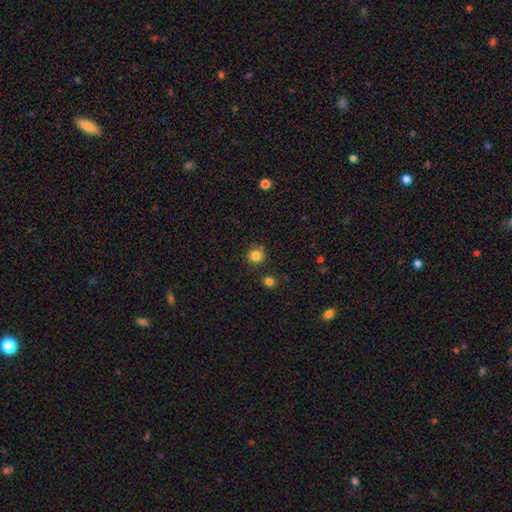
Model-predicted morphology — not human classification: This is clearly a smooth galaxy (83%). How rounded: clearly round (92%). Merging: clearly none (80%).